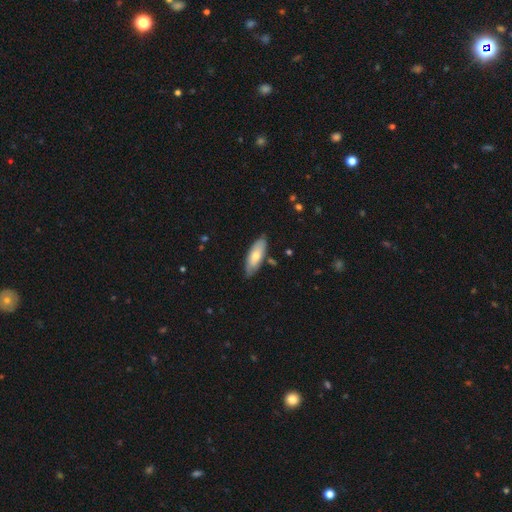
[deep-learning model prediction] This is likely a smooth galaxy (67%). How rounded: likely in between (71%). Merging: likely none (79%).